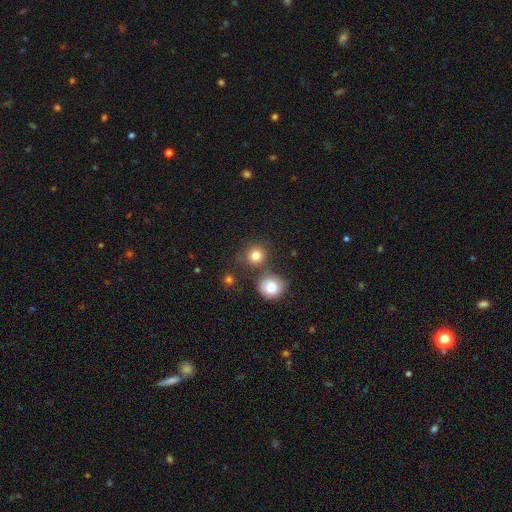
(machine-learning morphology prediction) Smooth or featured? Predicted: smooth (p=0.81). How rounded? Predicted: round (p=0.90). Merging? Predicted: none (p=0.72).